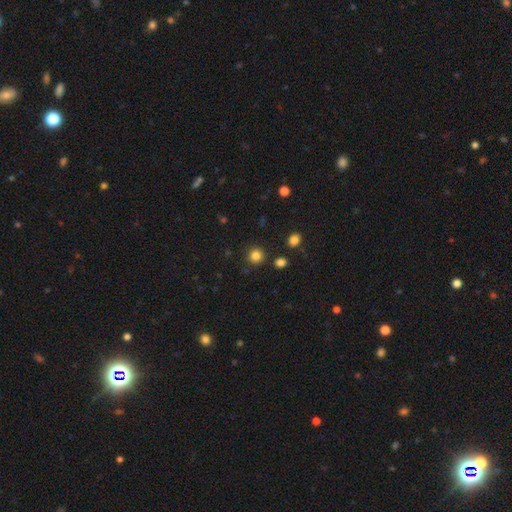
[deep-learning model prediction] Overall: smooth (83%). How rounded: round (93%). Merging: none (88%).